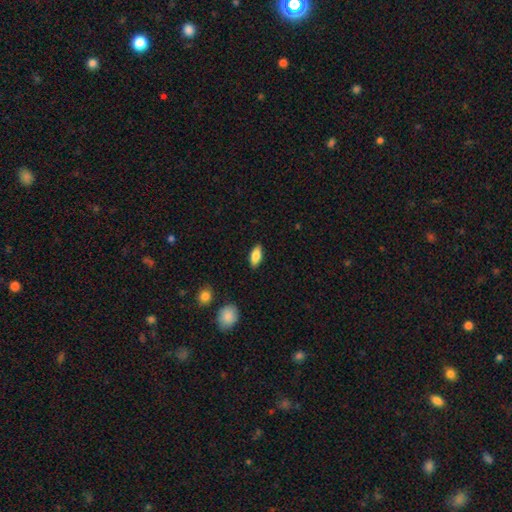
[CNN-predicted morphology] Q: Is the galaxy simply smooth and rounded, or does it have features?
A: smooth — 83%.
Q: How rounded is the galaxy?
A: in between — 84%.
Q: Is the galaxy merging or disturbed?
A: none — 88%.